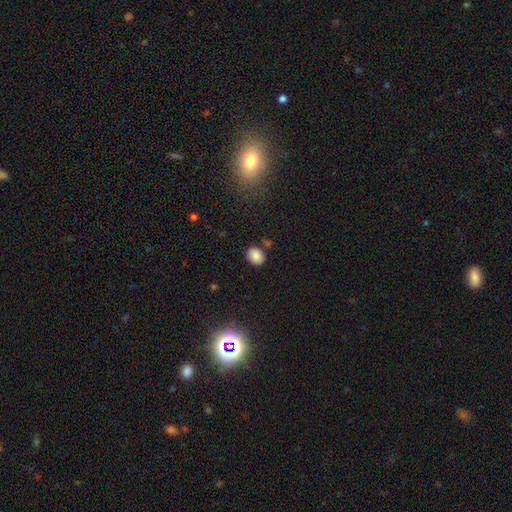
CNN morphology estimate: Smooth or featured?
  - smooth: 86% *
  - star or artifact: 10%
  - featured or disk: 4%
How rounded?
  - in between: 53% *
  - round: 46%
  - cigar-shaped: 1%
Merging?
  - none: 80% *
  - minor disturbance: 11%
  - merger: 5%
  - major disturbance: 3%